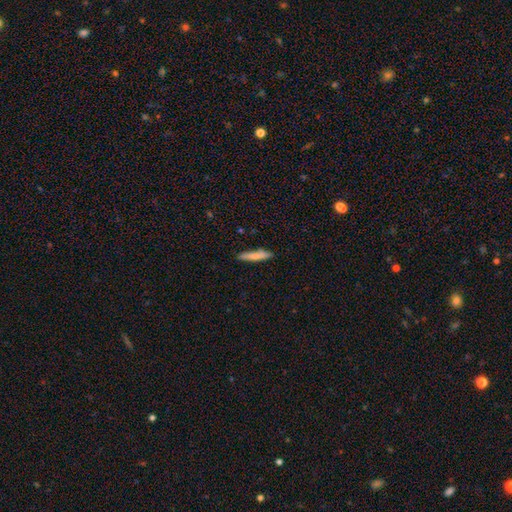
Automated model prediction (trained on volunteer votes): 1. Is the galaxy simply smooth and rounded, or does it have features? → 77% smooth, 17% featured or disk, 6% star or artifact.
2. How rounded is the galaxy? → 92% cigar-shaped, 7% in between, 1% round.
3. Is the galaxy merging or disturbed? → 87% none, 9% minor disturbance, 2% major disturbance, 2% merger.